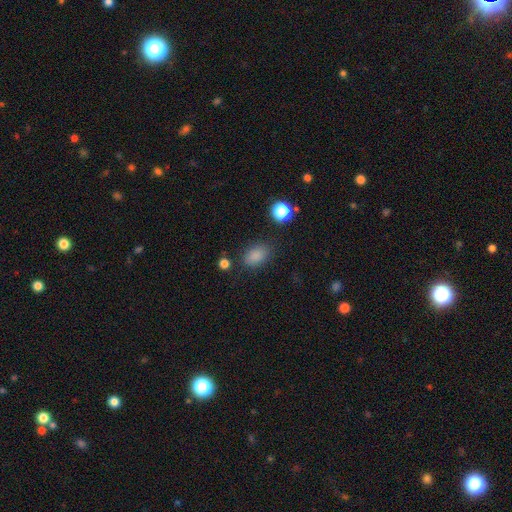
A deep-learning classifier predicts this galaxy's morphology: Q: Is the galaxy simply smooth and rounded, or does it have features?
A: smooth — 84%.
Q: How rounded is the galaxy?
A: in between — 84%.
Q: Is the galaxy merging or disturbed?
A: none — 79%.